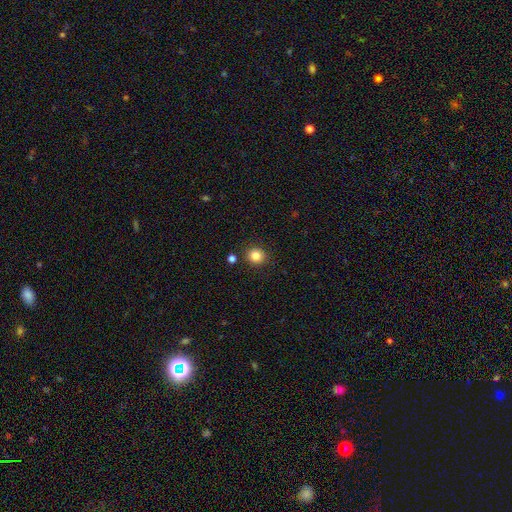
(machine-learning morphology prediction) smooth-or-featured: smooth: 84% | star or artifact: 11% | featured or disk: 5%
  how-rounded: round: 88% | in between: 11% | cigar-shaped: 1%
  merging: none: 88% | minor disturbance: 7% | merger: 3% | major disturbance: 2%